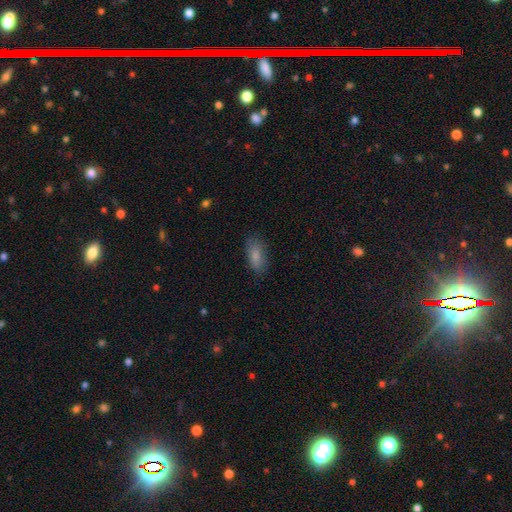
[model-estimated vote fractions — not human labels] A smooth galaxy with no disk features (84%) that is in between round and cigar-shaped (83%).

Vote fractions:
- Smooth or featured? smooth: 84% / featured or disk: 9% / star or artifact: 8%
- How rounded? in between: 83% / cigar-shaped: 14% / round: 3%
- Merging? none: 80% / minor disturbance: 15% / major disturbance: 4% / merger: 1%